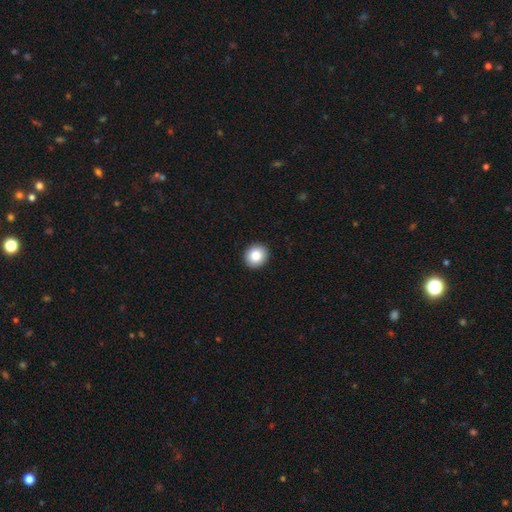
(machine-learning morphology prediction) This is clearly a smooth galaxy (85%). How rounded: clearly round (83%). Merging: clearly none (93%).